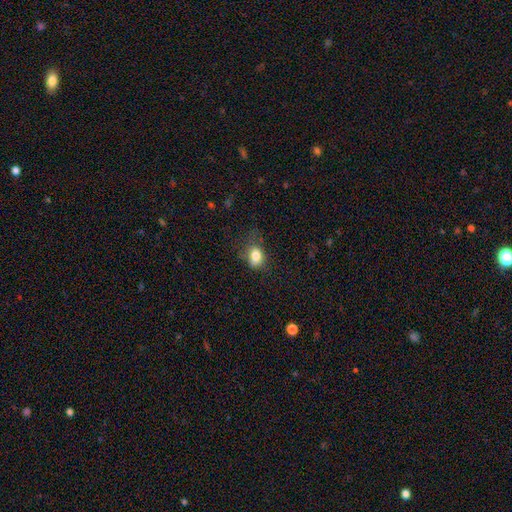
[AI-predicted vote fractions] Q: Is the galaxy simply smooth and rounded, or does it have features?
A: smooth — 82%.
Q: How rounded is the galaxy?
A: in between — 72%.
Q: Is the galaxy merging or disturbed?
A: none — 52%.